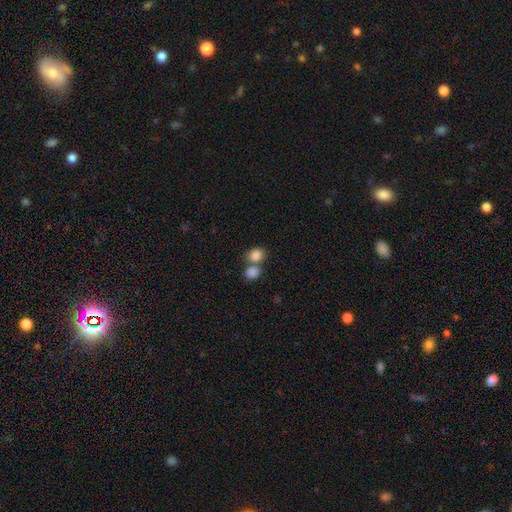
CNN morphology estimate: This is clearly a smooth galaxy (84%). How rounded: likely round (62%). Merging: possibly merger (46%).